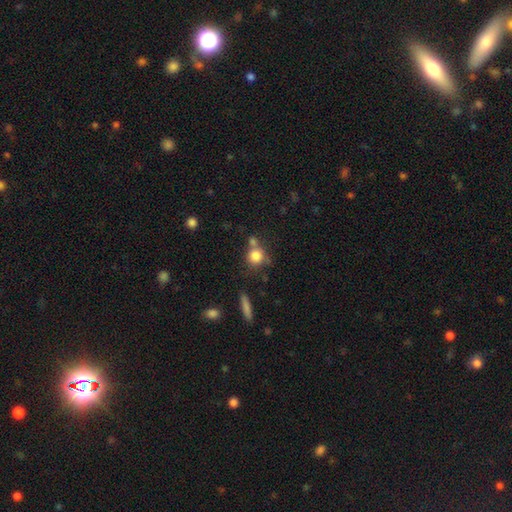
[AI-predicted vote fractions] The model was most divided on "merging": none: 53%, merger: 29%, minor disturbance: 13%, major disturbance: 5%. More confident: how rounded — round (86%); smooth or featured — smooth (81%).